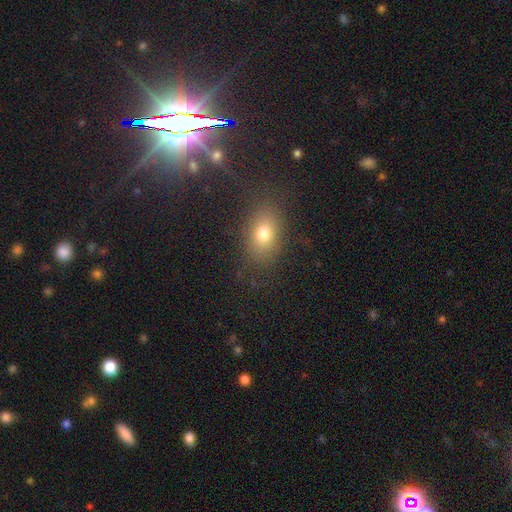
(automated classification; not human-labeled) This is possibly a smooth galaxy (55%). How rounded: likely in between (78%). Merging: clearly none (85%).